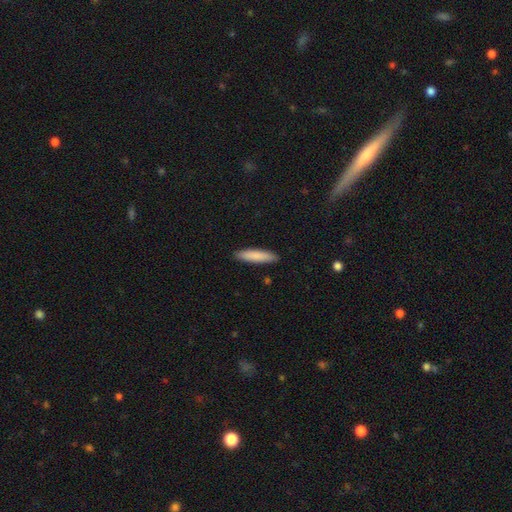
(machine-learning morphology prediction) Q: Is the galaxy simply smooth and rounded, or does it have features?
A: smooth — 84%.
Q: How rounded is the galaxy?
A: cigar-shaped — 83%.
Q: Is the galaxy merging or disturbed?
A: none — 90%.